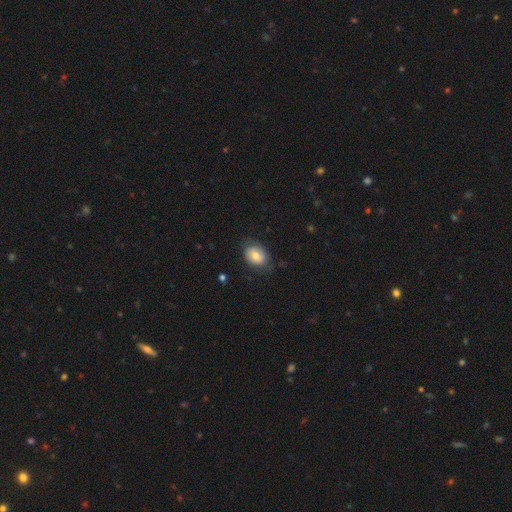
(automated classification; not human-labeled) Smooth or featured?
  - smooth: 76% *
  - featured or disk: 16%
  - star or artifact: 8%
How rounded?
  - in between: 68% *
  - round: 31%
  - cigar-shaped: 1%
Merging?
  - none: 73% *
  - minor disturbance: 20%
  - major disturbance: 6%
  - merger: 1%